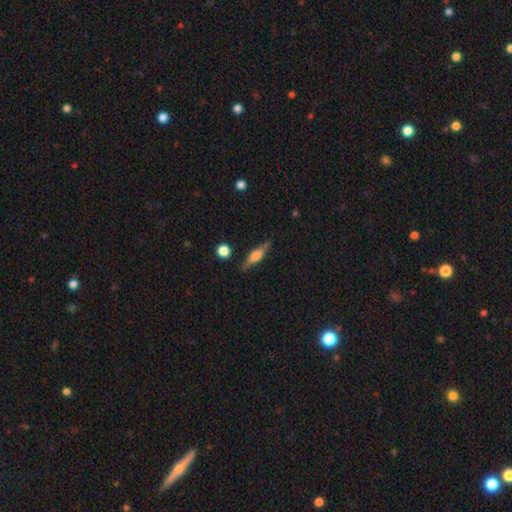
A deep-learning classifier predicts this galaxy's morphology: A featured or disk galaxy (51%) viewed edge-on (92%). Merging: none (81%).